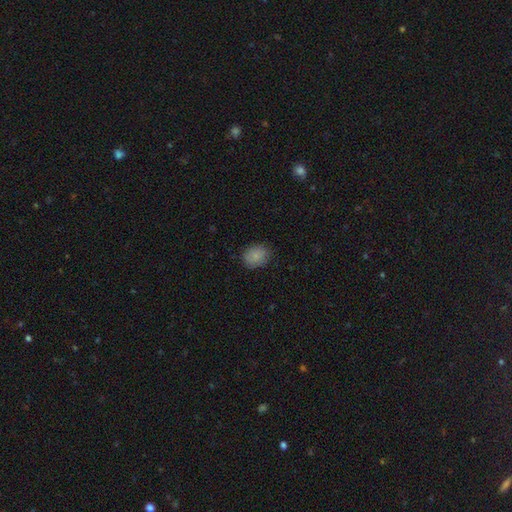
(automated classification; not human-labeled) Smooth or featured? smooth (85%)
How rounded? round (51%)
Merging? none (82%)